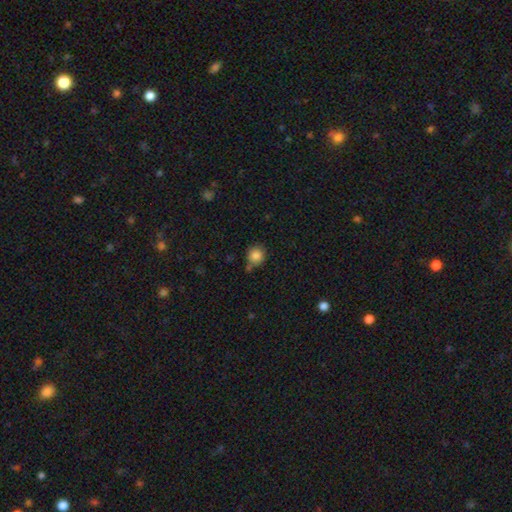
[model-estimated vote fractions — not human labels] smooth 85%, star or artifact 10%, featured or disk 5%. Down the decision tree: how rounded — round (90%); merging — none (69%).